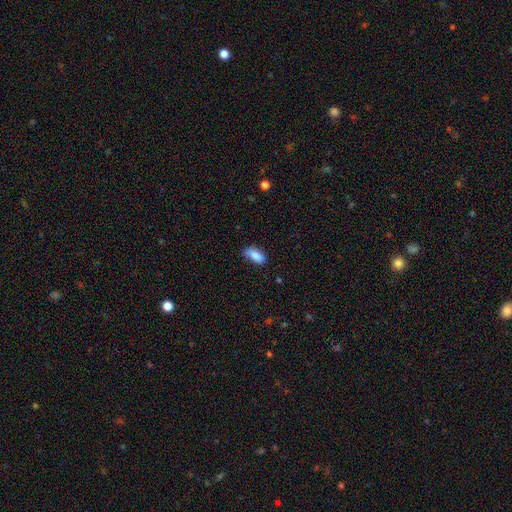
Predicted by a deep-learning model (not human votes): A smooth galaxy with no disk features (84%) that is in between round and cigar-shaped (89%). Merging: none (59%).